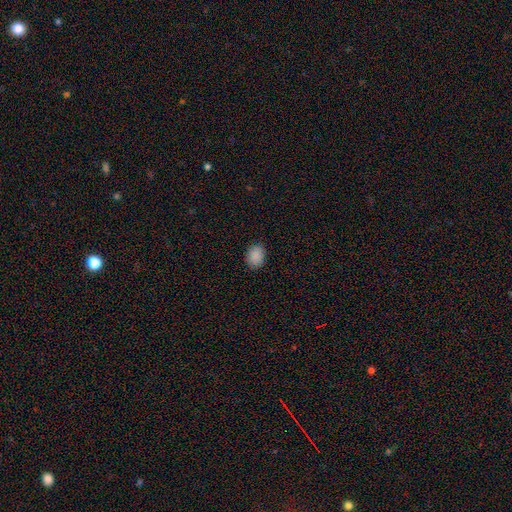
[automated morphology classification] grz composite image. It shows a smooth galaxy with no disk features (88%) that is in between round and cigar-shaped (63%). Merging: none (87%).